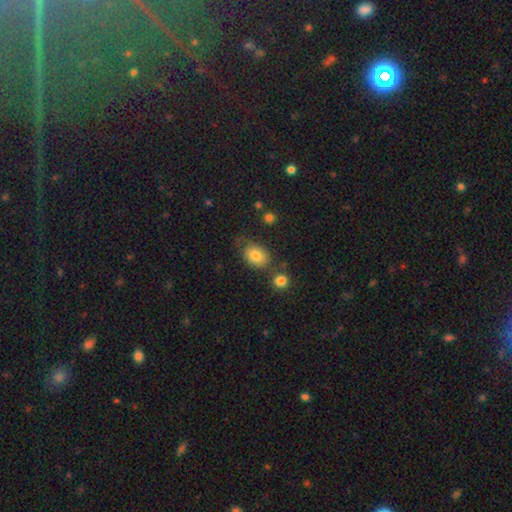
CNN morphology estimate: Smooth or featured: smooth — 81% (star or artifact — 10%)
How rounded: in between — 64% (round — 35%)
Merging: none — 63% (minor disturbance — 20%)